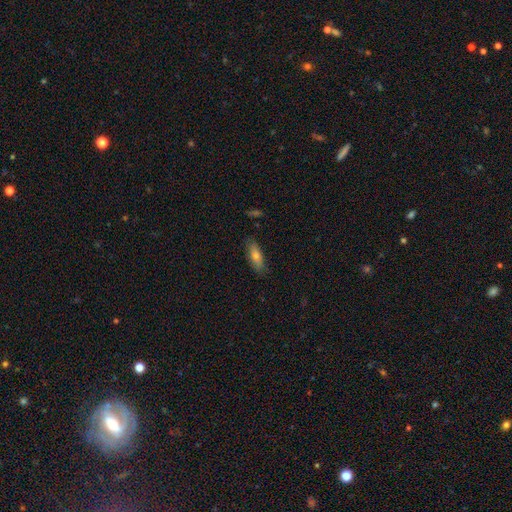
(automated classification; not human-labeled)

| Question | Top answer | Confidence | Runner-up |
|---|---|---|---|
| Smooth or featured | smooth | 70% | featured or disk (22%) |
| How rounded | in between | 55% | cigar-shaped (42%) |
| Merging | none | 85% | minor disturbance (12%) |